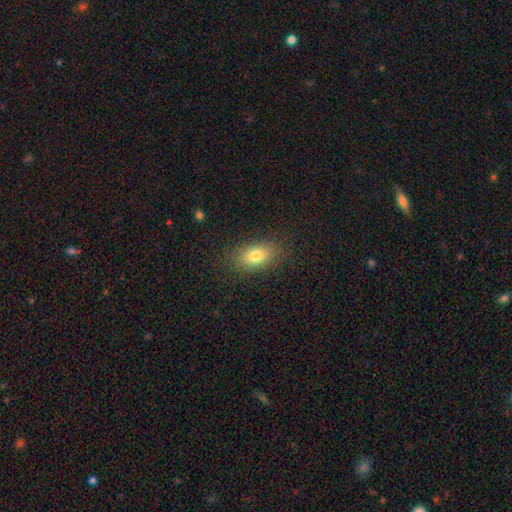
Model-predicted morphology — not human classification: A smooth galaxy with no disk features (80%) that is in between round and cigar-shaped (87%).

Vote fractions:
- Smooth or featured? smooth: 80% / featured or disk: 11% / star or artifact: 9%
- How rounded? in between: 87% / round: 9% / cigar-shaped: 3%
- Merging? none: 86% / minor disturbance: 10% / major disturbance: 3% / merger: 1%